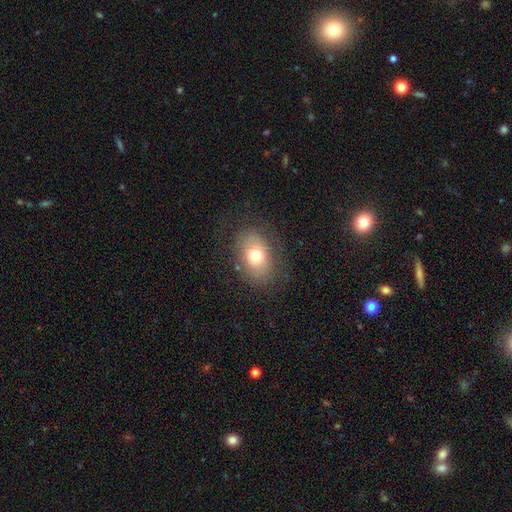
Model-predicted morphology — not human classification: A smooth galaxy with no disk features (72%) that is in between round and cigar-shaped (75%). Merging: none (77%).